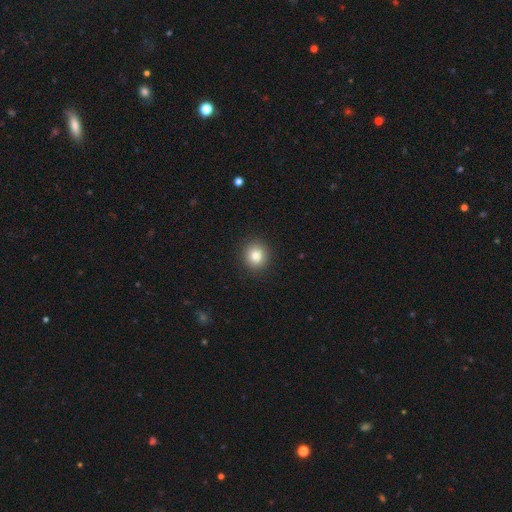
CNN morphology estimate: Smooth or featured? Predicted: smooth (p=0.81). How rounded? Predicted: round (p=0.88). Merging? Predicted: none (p=0.91).